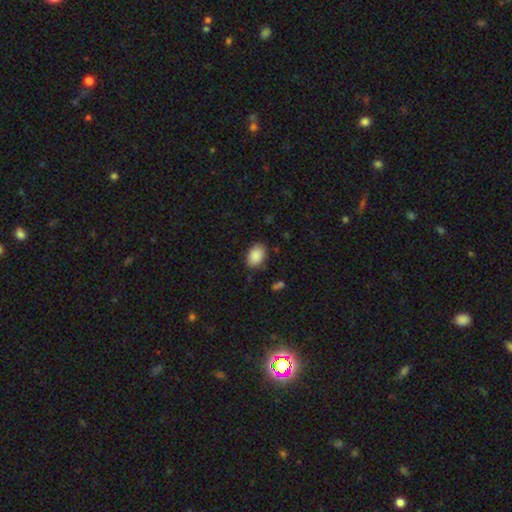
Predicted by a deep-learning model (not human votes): Morphology: type=smooth (89%); roundness=in between (84%); merging=none (83%).